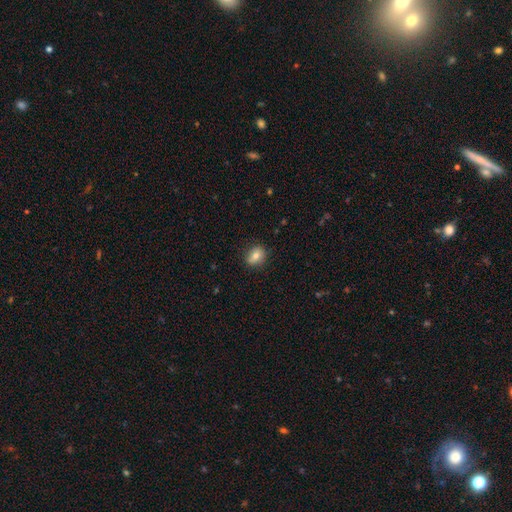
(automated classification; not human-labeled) Overall: smooth (77%). How rounded: in between (53%; round 45%). Merging: none (81%).